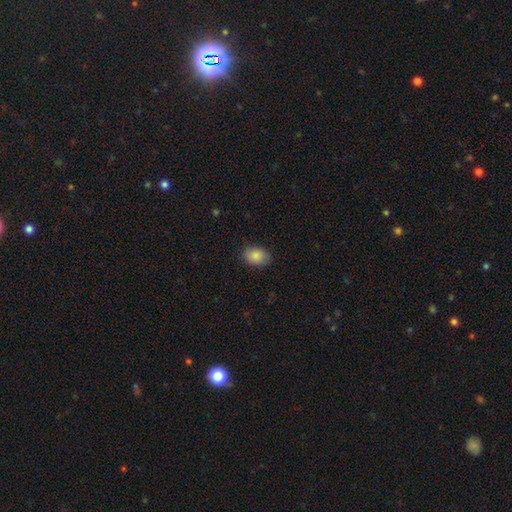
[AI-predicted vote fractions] A smooth galaxy with no disk features (89%) that is in between round and cigar-shaped (76%). Merging: none (84%).